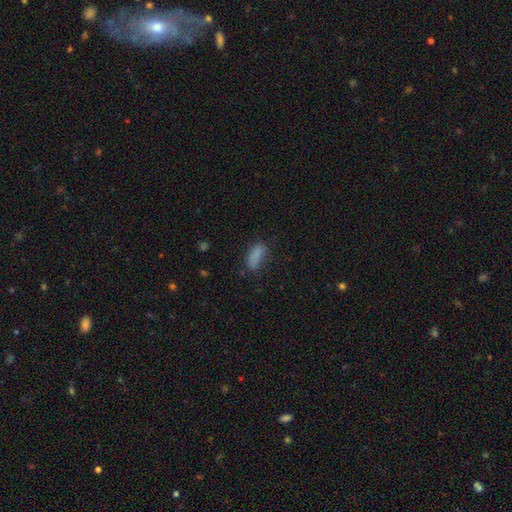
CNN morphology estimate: smooth-or-featured: smooth: 83% | star or artifact: 10% | featured or disk: 6%
  how-rounded: in between: 83% | cigar-shaped: 14% | round: 3%
  merging: none: 63% | minor disturbance: 25% | major disturbance: 9% | merger: 3%